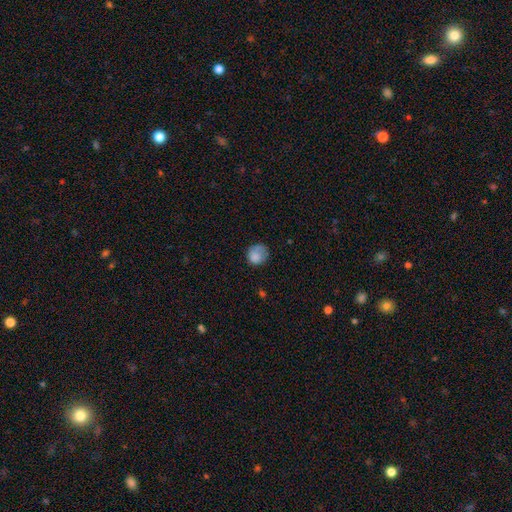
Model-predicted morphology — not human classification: Q: Smooth or featured?
A: smooth (80%); runner-up: featured or disk (10%)
Q: How rounded?
A: round (80%); runner-up: in between (19%)
Q: Merging?
A: none (58%); runner-up: minor disturbance (27%)